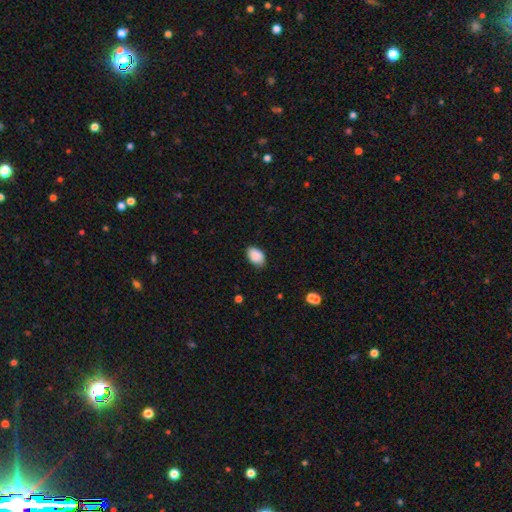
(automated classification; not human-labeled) Q: Smooth or featured?
A: smooth (90%); runner-up: star or artifact (7%)
Q: How rounded?
A: in between (89%); runner-up: round (10%)
Q: Merging?
A: none (79%); runner-up: minor disturbance (17%)